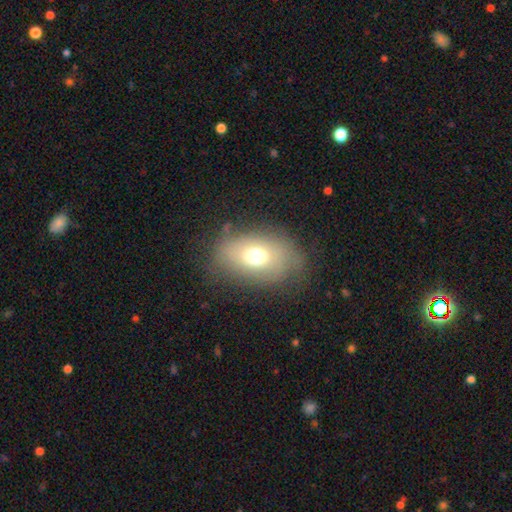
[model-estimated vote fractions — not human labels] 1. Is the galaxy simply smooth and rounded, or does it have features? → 66% smooth, 22% featured or disk, 12% star or artifact.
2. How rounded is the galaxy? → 79% in between, 20% round, 1% cigar-shaped.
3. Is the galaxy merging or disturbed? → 68% none, 20% minor disturbance, 10% major disturbance, 2% merger.